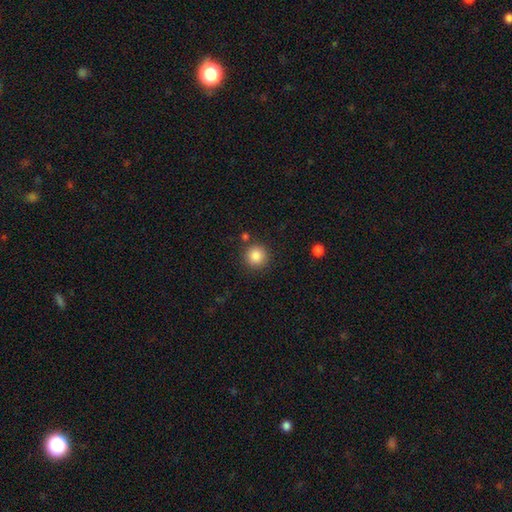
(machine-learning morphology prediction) A smooth galaxy with no disk features (86%) that is round (95%).

Vote fractions:
- Smooth or featured? smooth: 86% / star or artifact: 10% / featured or disk: 4%
- How rounded? round: 95% / in between: 5% / cigar-shaped: 1%
- Merging? none: 86% / minor disturbance: 7% / merger: 4% / major disturbance: 3%